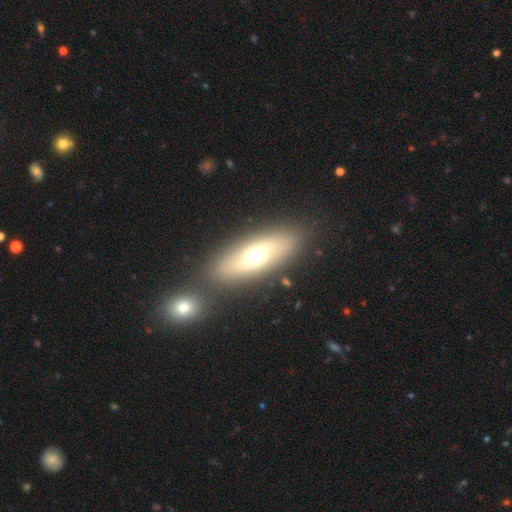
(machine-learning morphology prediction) A smooth galaxy with no disk features (53%) that is in between round and cigar-shaped (66%). Merging: none (76%).